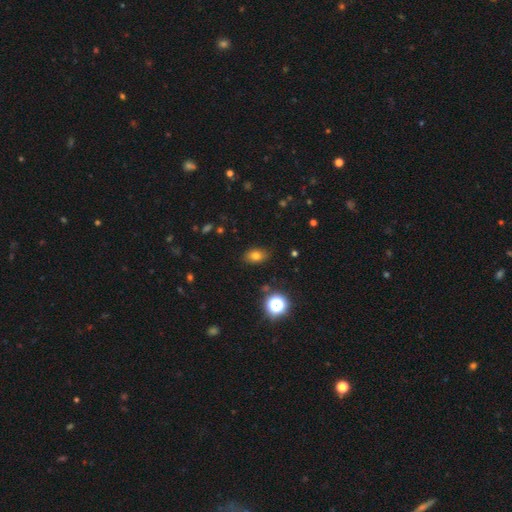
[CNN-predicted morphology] Q: Smooth or featured?
A: smooth (74%); runner-up: star or artifact (16%)
Q: How rounded?
A: in between (76%); runner-up: round (22%)
Q: Merging?
A: none (86%); runner-up: minor disturbance (10%)